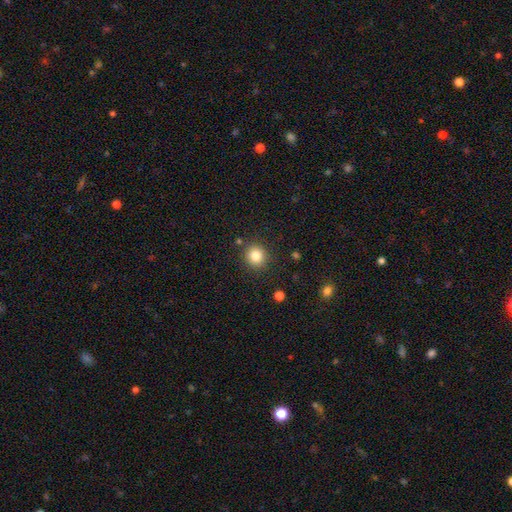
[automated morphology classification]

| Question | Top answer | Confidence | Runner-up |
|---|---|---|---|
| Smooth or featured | smooth | 83% | star or artifact (11%) |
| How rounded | round | 88% | in between (11%) |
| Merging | none | 87% | minor disturbance (8%) |